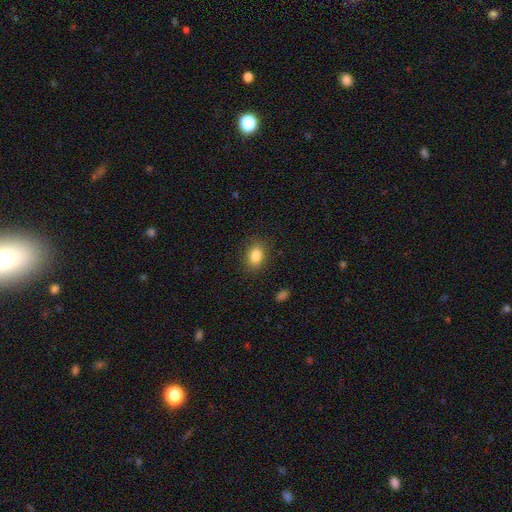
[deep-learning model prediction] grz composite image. It shows a smooth galaxy with no disk features (85%) that is in between round and cigar-shaped (74%). Merging: none (86%).